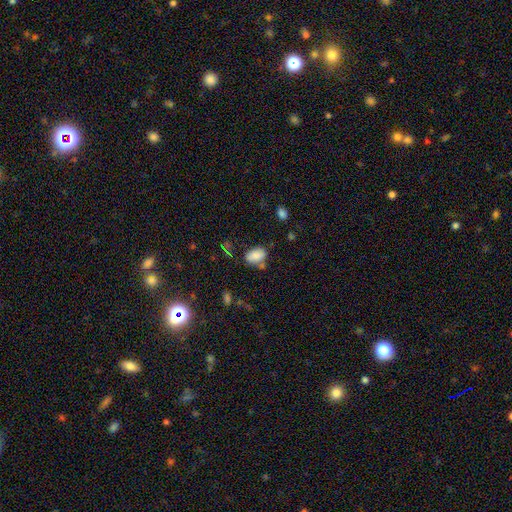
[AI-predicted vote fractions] Smooth or featured? smooth (84%)
How rounded? in between (89%)
Merging? none (64%)